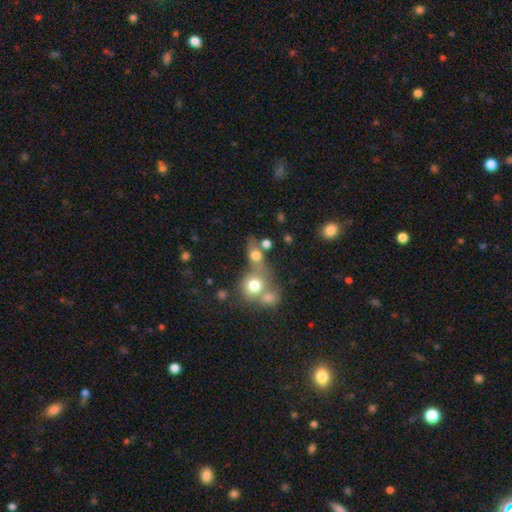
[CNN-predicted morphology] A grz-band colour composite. It shows a smooth galaxy with no disk features (68%) that is round (63%). Merging: merger (50%).